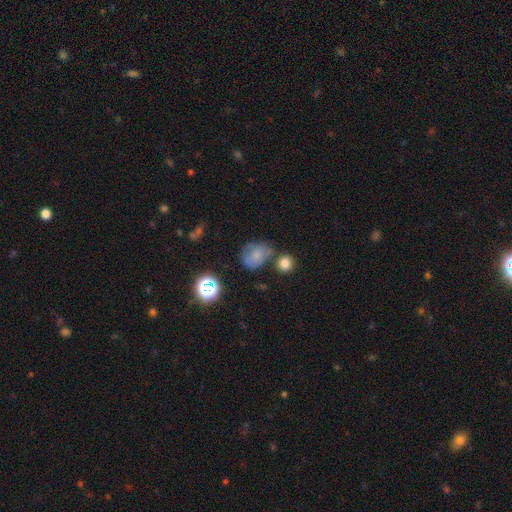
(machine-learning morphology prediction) Q: Smooth or featured?
A: smooth (60%); runner-up: featured or disk (26%)
Q: How rounded?
A: round (60%); runner-up: in between (39%)
Q: Merging?
A: none (42%); runner-up: minor disturbance (27%)